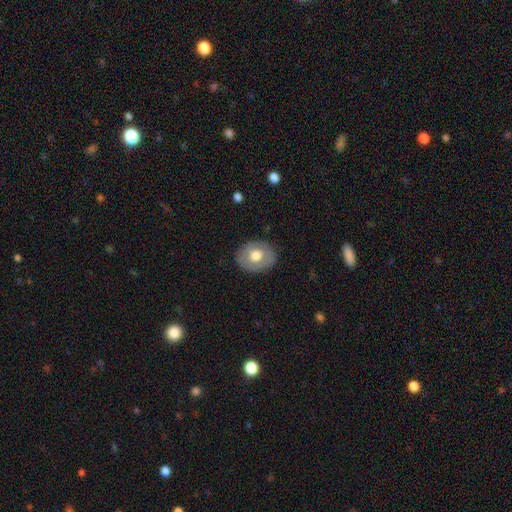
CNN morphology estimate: A smooth galaxy with no disk features (59%) that is in between round and cigar-shaped (54%). Merging: none (83%).